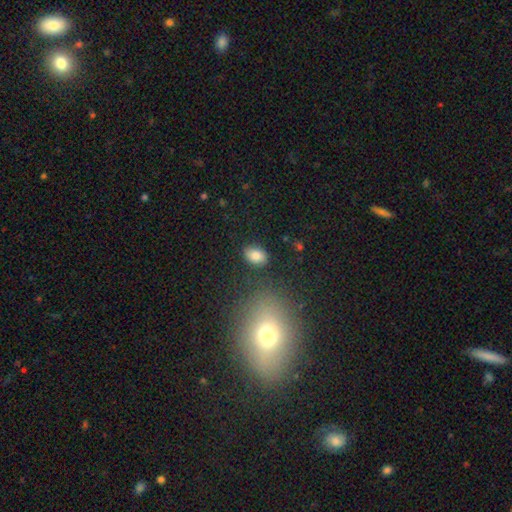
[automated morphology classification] This appears to be a smooth galaxy with no disk features (84%) that is in between round and cigar-shaped (81%). Merging: none (82%).